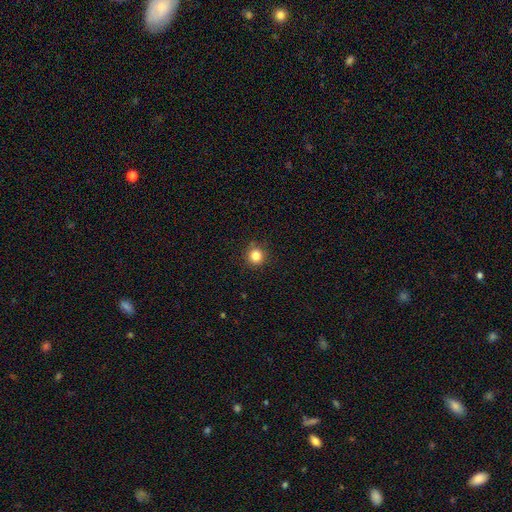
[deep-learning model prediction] smooth 84%, star or artifact 12%, featured or disk 4%. Down the decision tree: how rounded — round (91%); merging — none (88%).